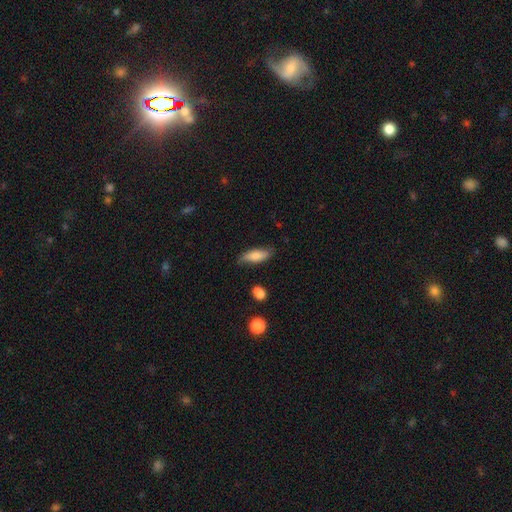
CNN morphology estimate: The model was most divided on "how rounded": in between: 59%, cigar-shaped: 38%, round: 2%. More confident: smooth or featured — smooth (76%); merging — none (73%).